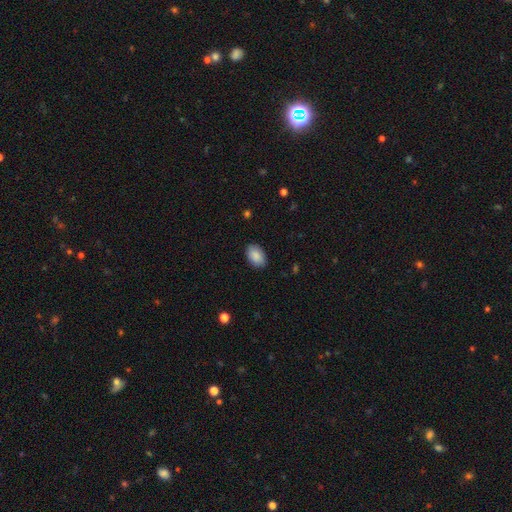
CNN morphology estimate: This is clearly a smooth galaxy (88%). How rounded: clearly in between (89%). Merging: clearly none (87%).